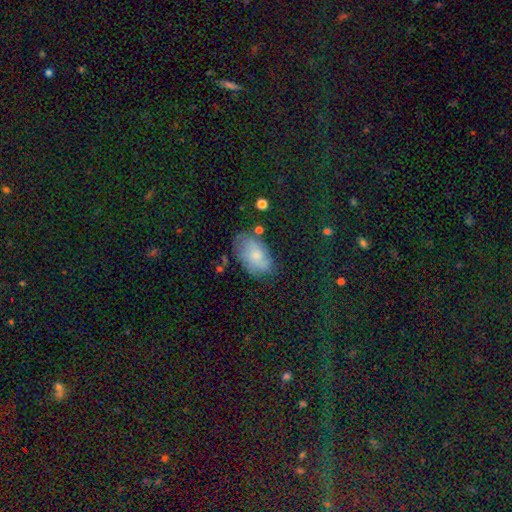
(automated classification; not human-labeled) Smooth or featured?
  - smooth: 64% *
  - featured or disk: 27%
  - star or artifact: 9%
How rounded?
  - in between: 92% *
  - round: 7%
  - cigar-shaped: 2%
Merging?
  - none: 64% *
  - minor disturbance: 25%
  - major disturbance: 8%
  - merger: 3%